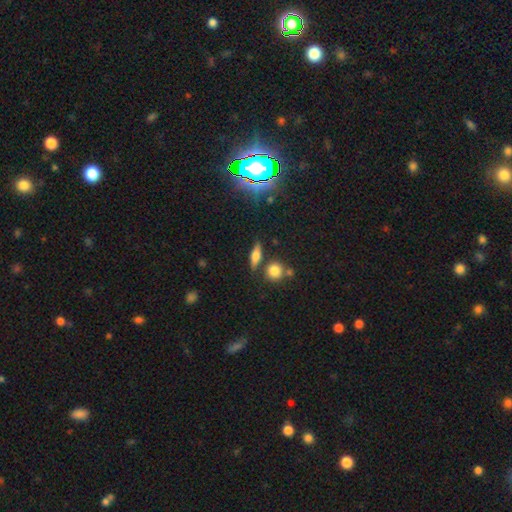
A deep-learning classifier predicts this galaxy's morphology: This is possibly a smooth galaxy (50%). Merging: likely none (78%).